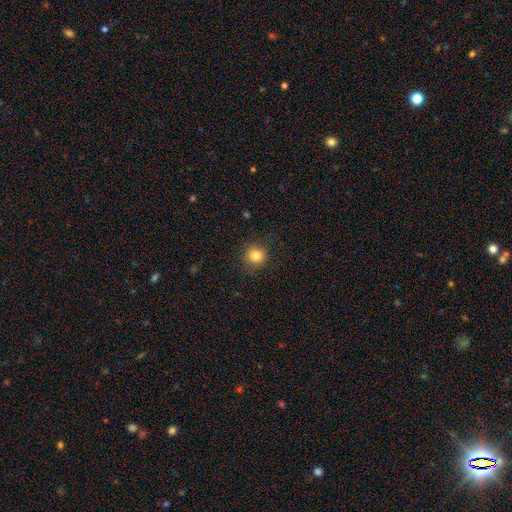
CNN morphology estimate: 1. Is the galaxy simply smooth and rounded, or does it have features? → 82% smooth, 12% star or artifact, 6% featured or disk.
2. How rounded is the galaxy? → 91% round, 8% in between, 1% cigar-shaped.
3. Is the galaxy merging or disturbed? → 89% none, 7% minor disturbance, 2% major disturbance, 1% merger.